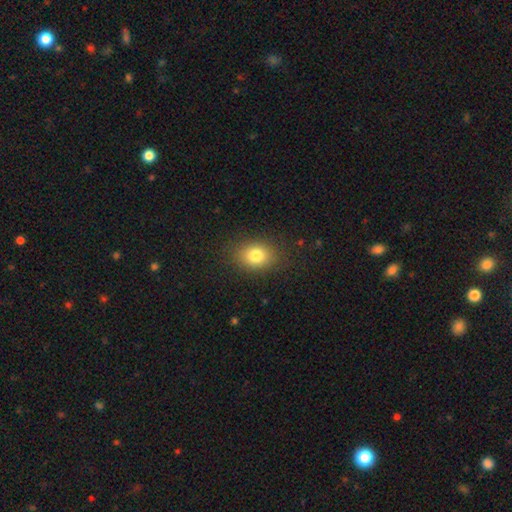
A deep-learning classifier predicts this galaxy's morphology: Smooth or featured? smooth (80%)
How rounded? in between (62%)
Merging? none (85%)